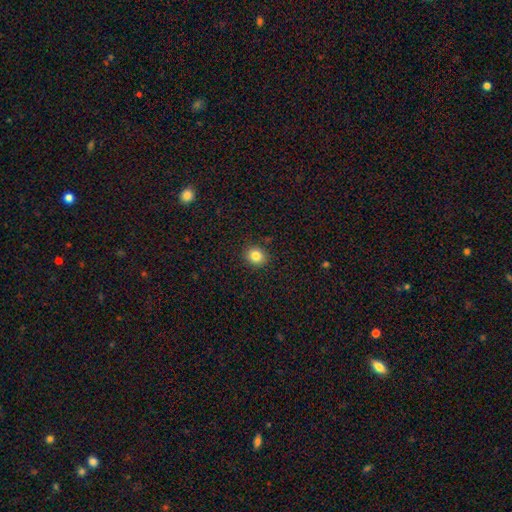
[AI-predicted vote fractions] smooth 83%, star or artifact 11%, featured or disk 6%. Down the decision tree: how rounded — round (79%); merging — none (89%).